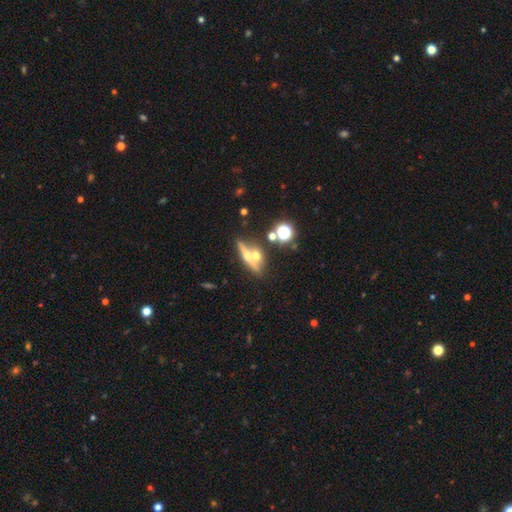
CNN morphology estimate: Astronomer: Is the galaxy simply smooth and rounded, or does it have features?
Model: featured or disk — 51% (runner-up: smooth, 35%).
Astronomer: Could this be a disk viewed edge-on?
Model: yes — 75%.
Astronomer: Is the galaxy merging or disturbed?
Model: none — 49% (runner-up: merger, 36%).